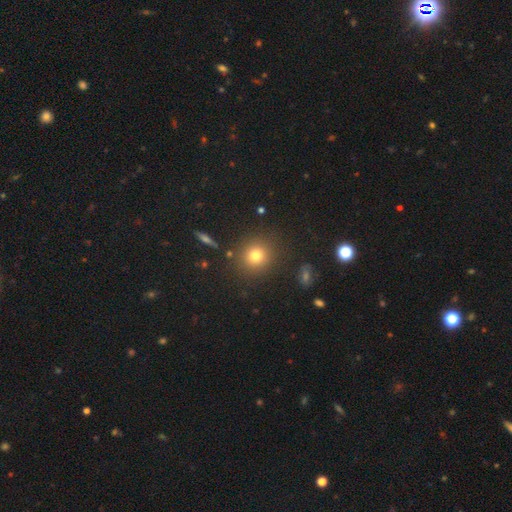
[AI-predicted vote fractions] Overall: smooth (77%). How rounded: round (88%). Merging: none (86%).